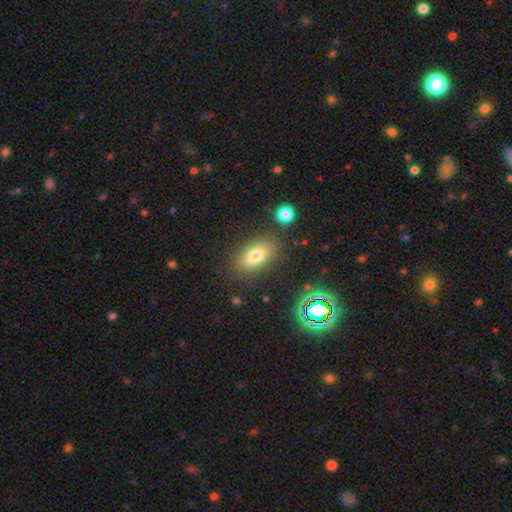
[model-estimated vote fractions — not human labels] Smooth or featured?
  - smooth: 72% *
  - featured or disk: 17%
  - star or artifact: 11%
How rounded?
  - in between: 84% *
  - round: 9%
  - cigar-shaped: 7%
Merging?
  - none: 76% *
  - minor disturbance: 14%
  - merger: 5%
  - major disturbance: 5%